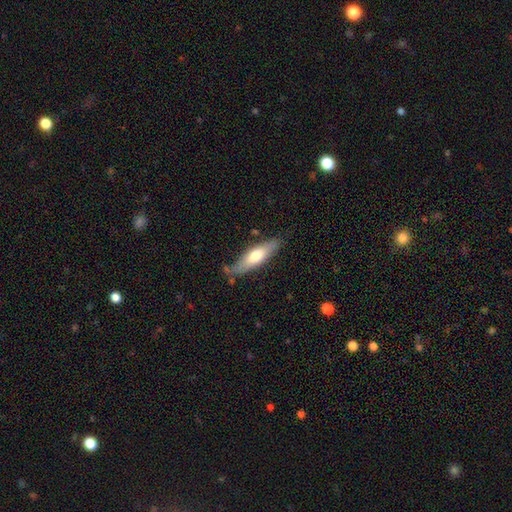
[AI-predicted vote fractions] Overall: smooth (61%; featured or disk 34%). How rounded: cigar-shaped (56%; in between 43%). Merging: none (71%).